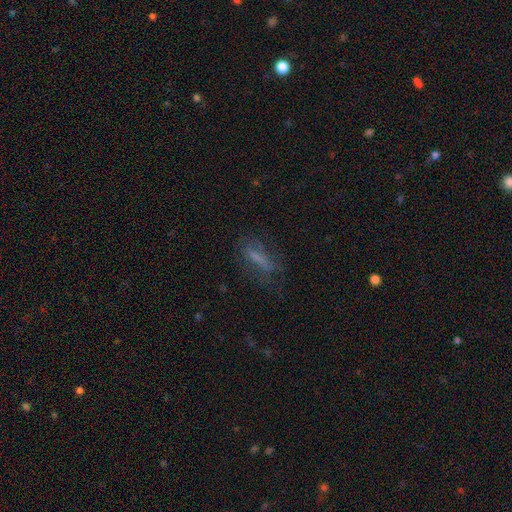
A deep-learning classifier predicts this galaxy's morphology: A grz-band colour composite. It shows a smooth galaxy with no disk features (51%) that is cigar-shaped (61%). Merging: none (65%).